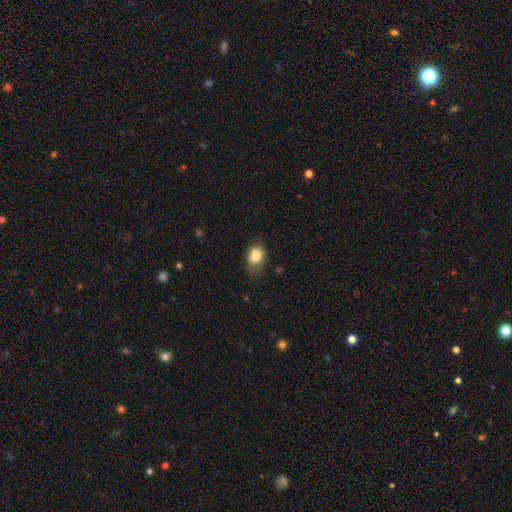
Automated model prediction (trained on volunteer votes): A smooth galaxy with no disk features (84%) that is in between round and cigar-shaped (65%).

Vote fractions:
- Smooth or featured? smooth: 84% / star or artifact: 9% / featured or disk: 8%
- How rounded? in between: 65% / round: 33% / cigar-shaped: 1%
- Merging? none: 58% / minor disturbance: 30% / major disturbance: 10% / merger: 2%